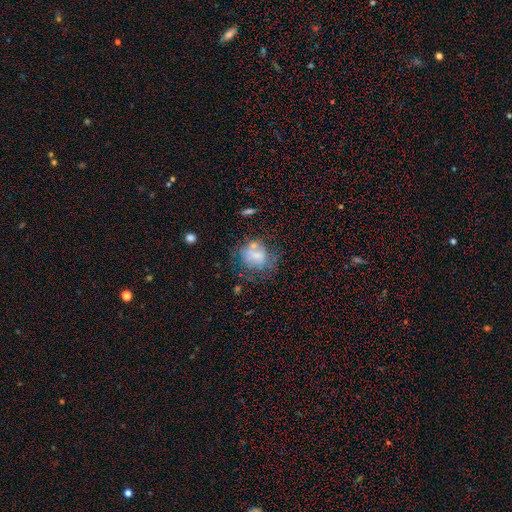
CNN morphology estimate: smooth-or-featured: smooth: 58% | featured or disk: 30% | star or artifact: 12%
  how-rounded: round: 66% | in between: 33% | cigar-shaped: 1%
  merging: none: 42% | minor disturbance: 24% | major disturbance: 20% | merger: 15%